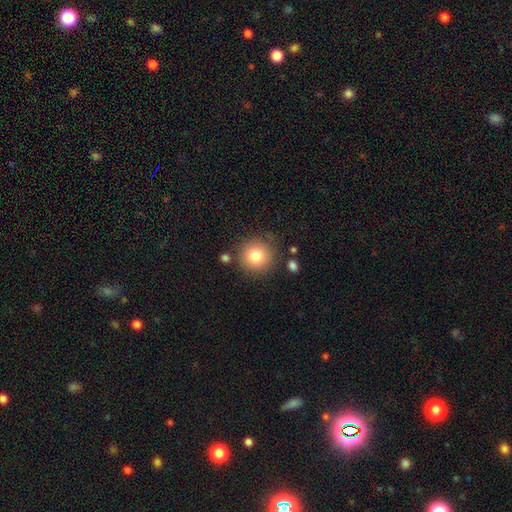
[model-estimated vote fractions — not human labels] Q: Smooth or featured?
A: smooth (80%); runner-up: star or artifact (11%)
Q: How rounded?
A: round (93%); runner-up: in between (6%)
Q: Merging?
A: none (82%); runner-up: minor disturbance (10%)